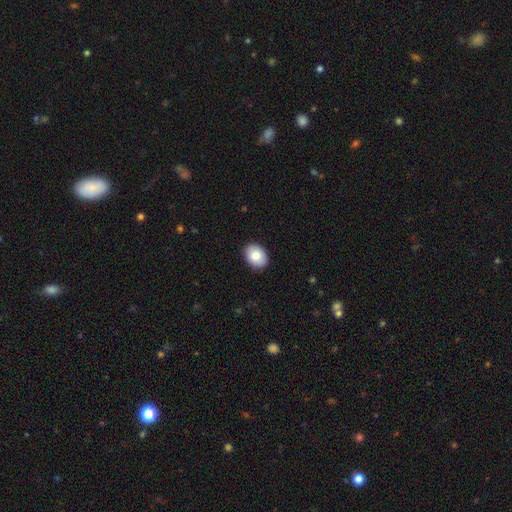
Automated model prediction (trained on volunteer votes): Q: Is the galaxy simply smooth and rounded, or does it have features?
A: smooth — 81%.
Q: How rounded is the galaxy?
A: in between — 70%.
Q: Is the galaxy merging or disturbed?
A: none — 89%.